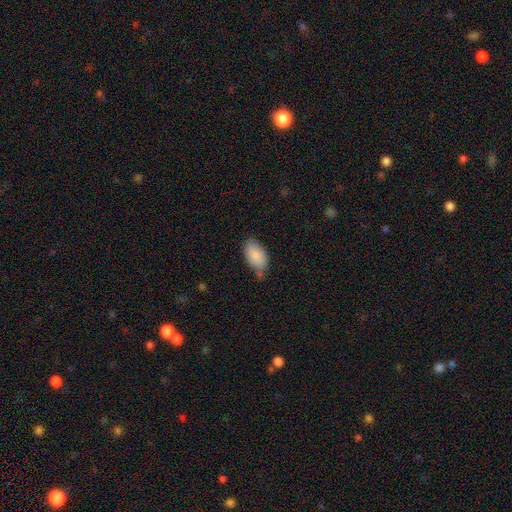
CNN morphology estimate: smooth 86%, featured or disk 7%, star or artifact 6%. Down the decision tree: how rounded — in between (94%); merging — none (64%).